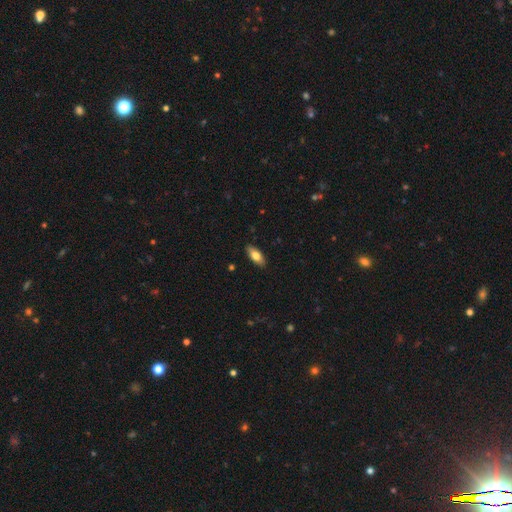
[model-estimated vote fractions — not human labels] Overall: smooth (76%). How rounded: in between (82%). Merging: none (89%).